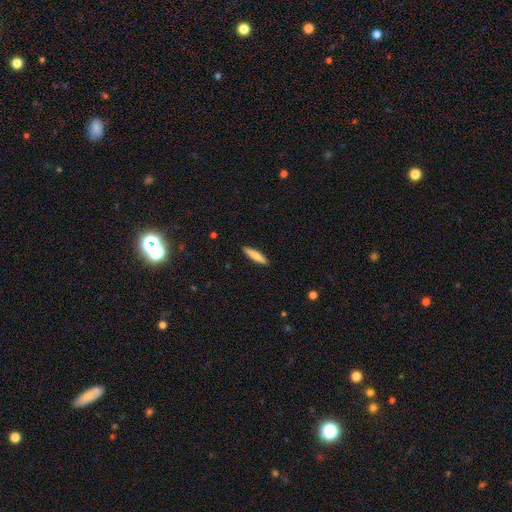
Smooth or featured? smooth (70%)
How rounded? cigar-shaped (86%)
Merging? none (89%)